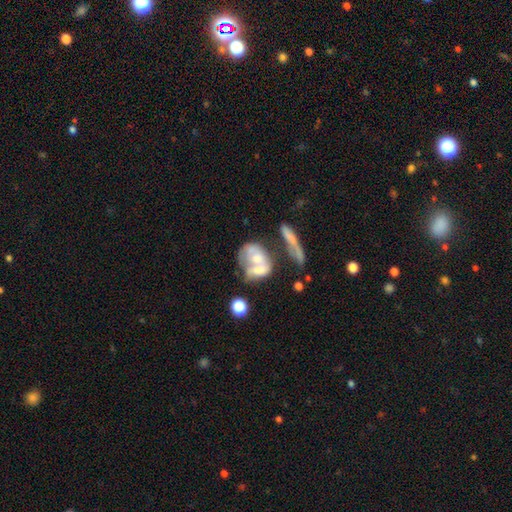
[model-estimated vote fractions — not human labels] Morphology: type=featured or disk (48%); merging=merger (60%).